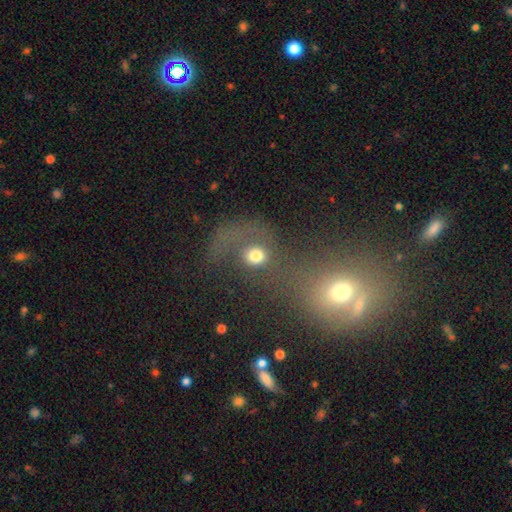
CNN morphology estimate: Smooth or featured? Predicted: smooth (p=0.56). How rounded? Predicted: round (p=0.71). Merging? Predicted: none (p=0.37).